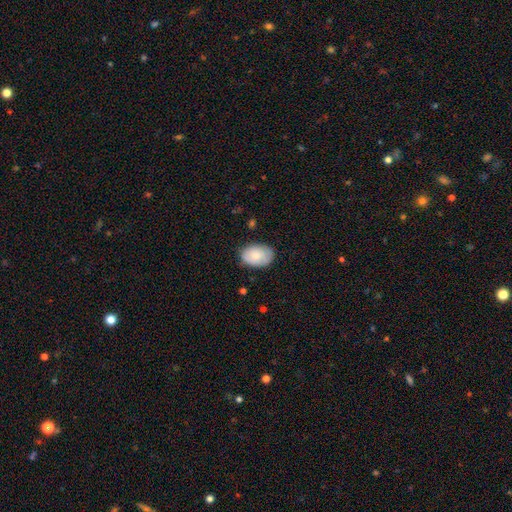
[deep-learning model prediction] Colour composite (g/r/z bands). It shows a smooth galaxy with no disk features (77%) that is in between round and cigar-shaped (86%). Merging: none (77%).